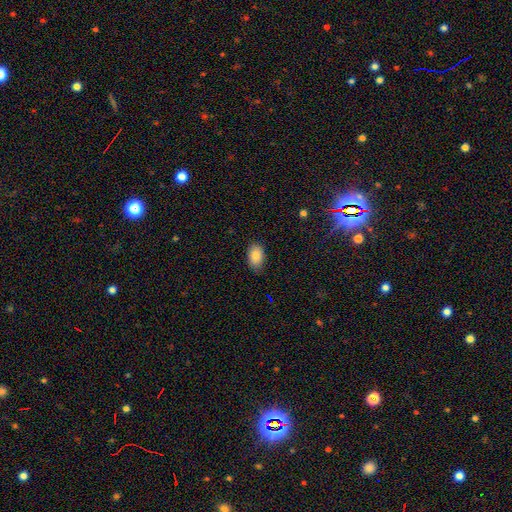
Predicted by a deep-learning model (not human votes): The model was most divided on "merging": none: 83%, minor disturbance: 14%, major disturbance: 2%, merger: 1%. More confident: how rounded — in between (88%); smooth or featured — smooth (83%).